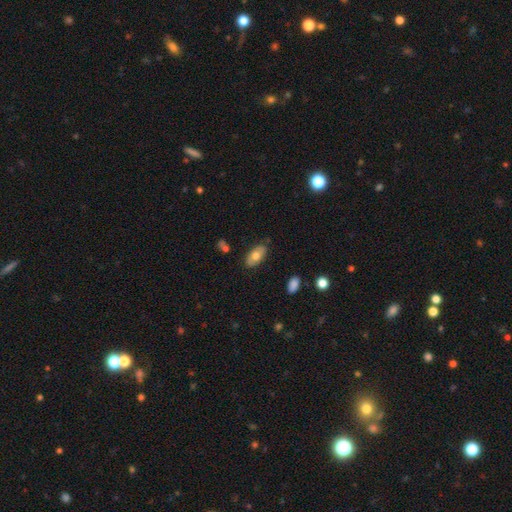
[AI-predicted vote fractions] smooth 70%, featured or disk 24%, star or artifact 6%. Down the decision tree: how rounded — in between (92%); merging — none (83%).